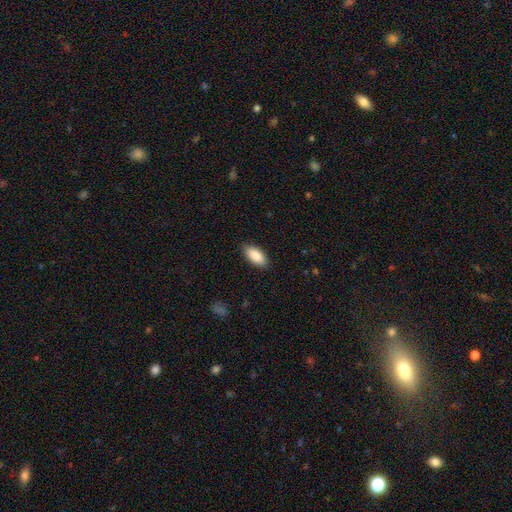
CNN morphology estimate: This appears to be a smooth galaxy with no disk features (88%) that is in between round and cigar-shaped (91%). Merging: none (88%).